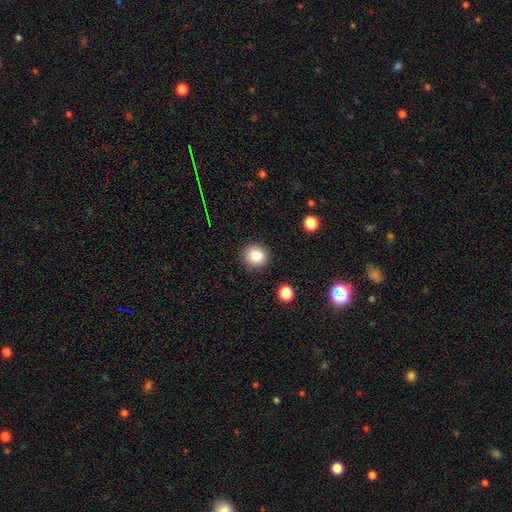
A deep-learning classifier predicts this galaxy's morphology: Smooth or featured? smooth (85%)
How rounded? round (88%)
Merging? none (89%)